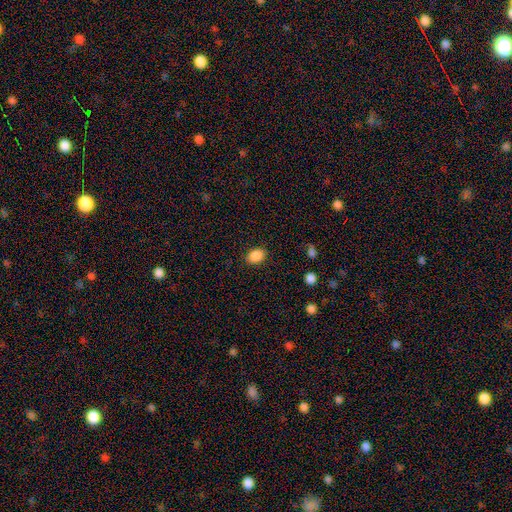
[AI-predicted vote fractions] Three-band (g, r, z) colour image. It shows a smooth galaxy with no disk features (88%) that is in between round and cigar-shaped (74%). Merging: none (87%).